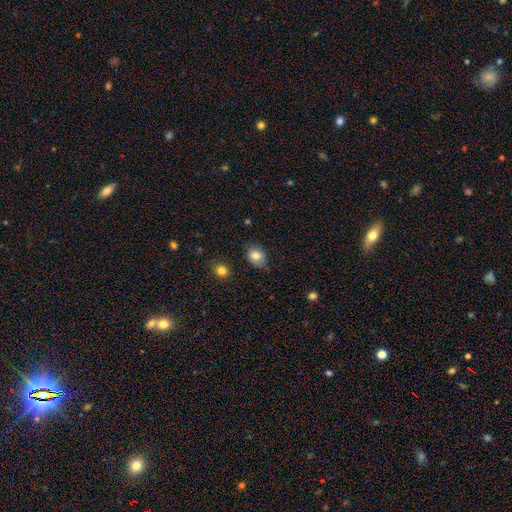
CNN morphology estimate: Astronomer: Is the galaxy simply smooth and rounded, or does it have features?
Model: smooth — 82%.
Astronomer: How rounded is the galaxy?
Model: in between — 63%.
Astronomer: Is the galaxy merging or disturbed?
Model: none — 75%.